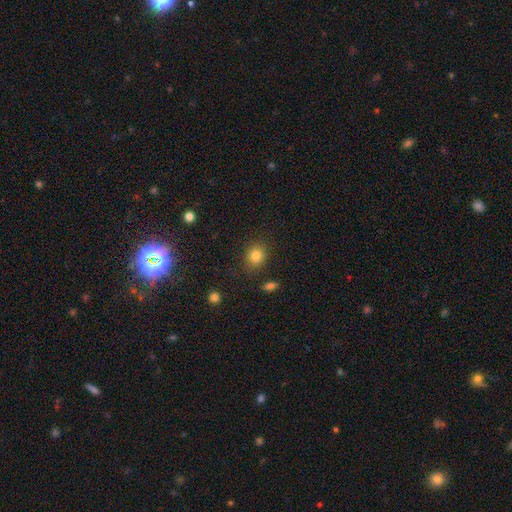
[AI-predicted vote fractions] A smooth galaxy with no disk features (83%) that is round (68%).

Vote fractions:
- Smooth or featured? smooth: 83% / star or artifact: 11% / featured or disk: 6%
- How rounded? round: 68% / in between: 31% / cigar-shaped: 1%
- Merging? none: 83% / minor disturbance: 11% / major disturbance: 4% / merger: 3%